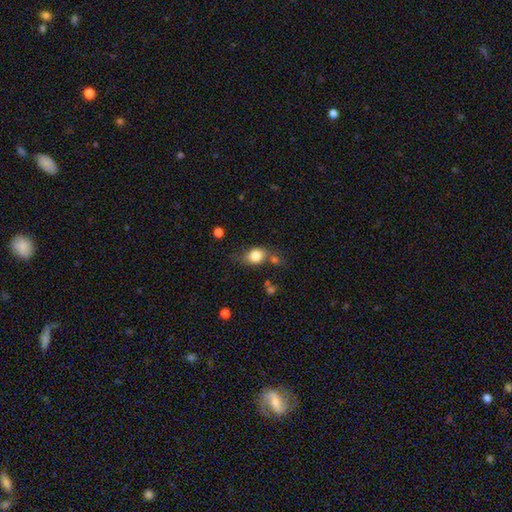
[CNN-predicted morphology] Q: Smooth or featured?
A: smooth (81%); runner-up: featured or disk (10%)
Q: How rounded?
A: in between (55%); runner-up: round (43%)
Q: Merging?
A: none (56%); runner-up: minor disturbance (23%)